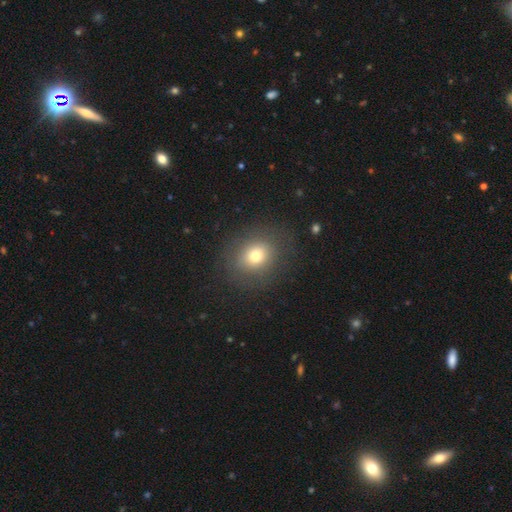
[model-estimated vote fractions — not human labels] smooth 73%, star or artifact 14%, featured or disk 13%. Down the decision tree: how rounded — round (64%); merging — none (84%).